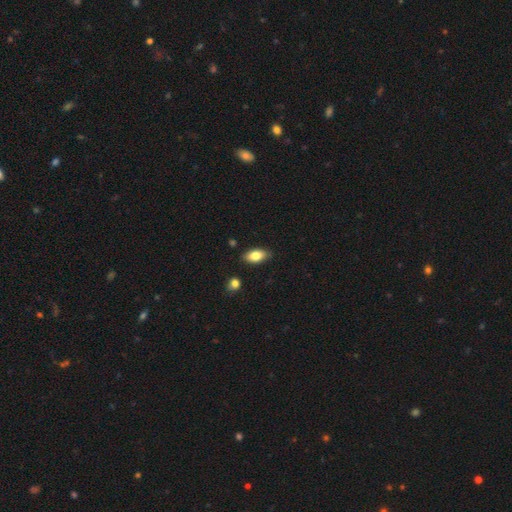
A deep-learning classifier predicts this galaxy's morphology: smooth 81%, featured or disk 12%, star or artifact 7%. Down the decision tree: how rounded — in between (91%); merging — none (85%).